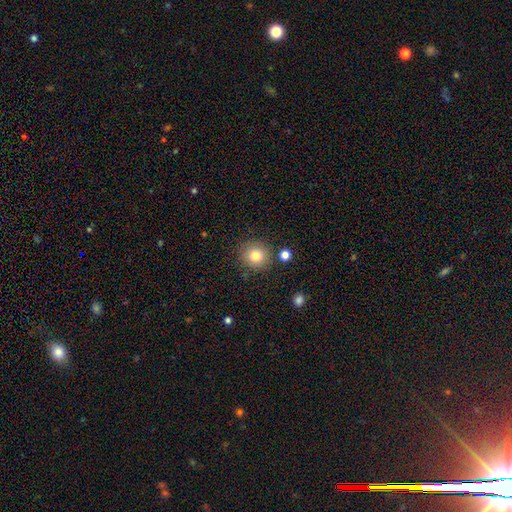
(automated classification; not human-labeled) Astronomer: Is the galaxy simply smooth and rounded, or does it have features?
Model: smooth — 81%.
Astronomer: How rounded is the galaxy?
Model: round — 92%.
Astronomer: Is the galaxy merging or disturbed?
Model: none — 86%.